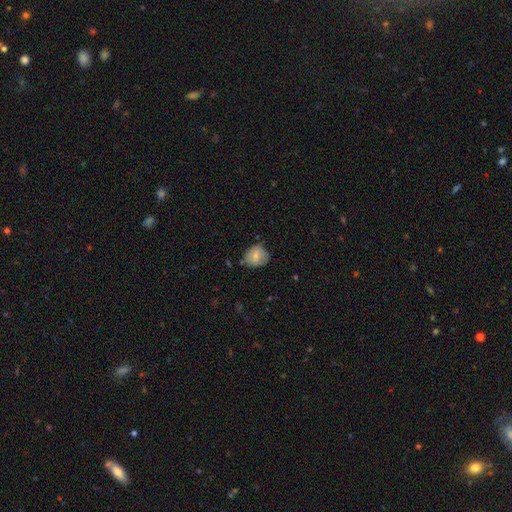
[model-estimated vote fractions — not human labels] smooth_or_featured: smooth (p=0.73) [alt: featured or disk p=0.19]
how_rounded: round (p=0.64) [alt: in between p=0.35]
merging: none (p=0.62) [alt: minor disturbance p=0.29]